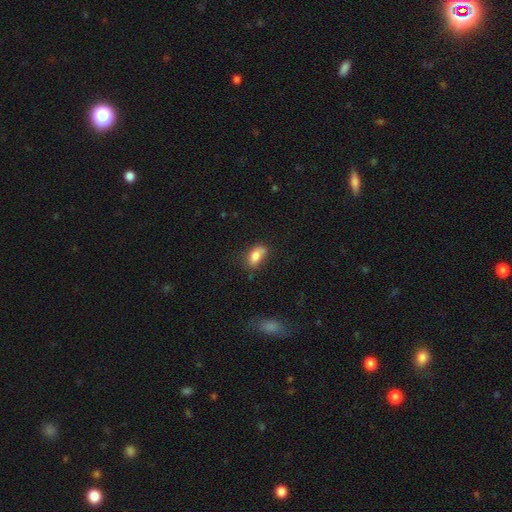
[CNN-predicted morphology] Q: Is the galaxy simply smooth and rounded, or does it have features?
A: smooth — 81%.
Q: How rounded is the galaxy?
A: in between — 86%.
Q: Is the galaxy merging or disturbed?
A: none — 56%.